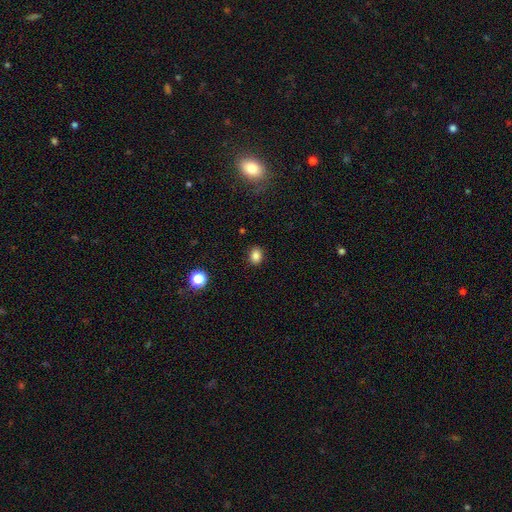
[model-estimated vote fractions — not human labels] smooth-or-featured: smooth: 84% | star or artifact: 11% | featured or disk: 4%
  how-rounded: in between: 54% | round: 45% | cigar-shaped: 1%
  merging: none: 89% | minor disturbance: 8% | major disturbance: 2% | merger: 1%